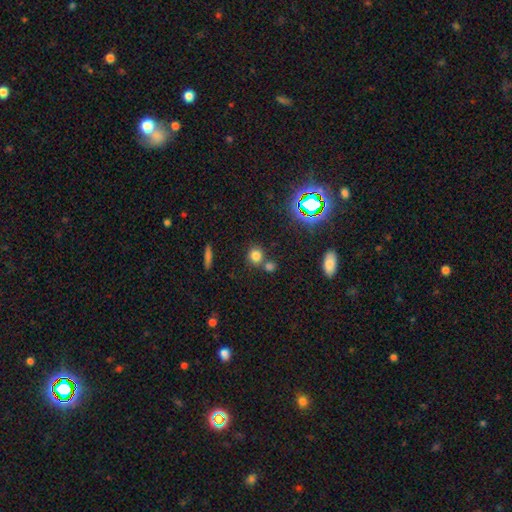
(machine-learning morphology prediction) Smooth or featured? smooth (74%)
How rounded? round (82%)
Merging? none (66%)